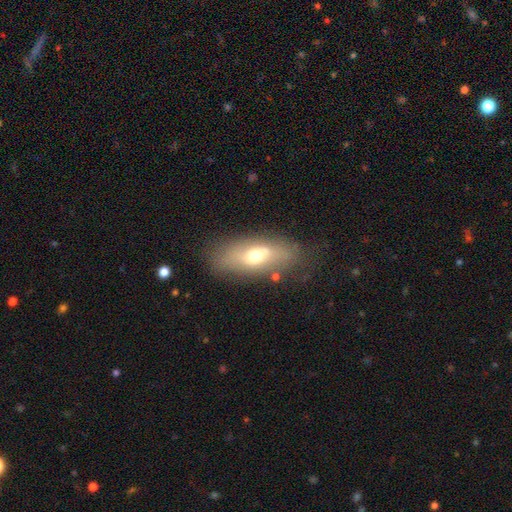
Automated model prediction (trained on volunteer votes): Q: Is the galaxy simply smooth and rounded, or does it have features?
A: smooth — 55%.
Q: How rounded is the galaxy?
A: in between — 77%.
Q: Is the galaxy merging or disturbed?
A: none — 72%.